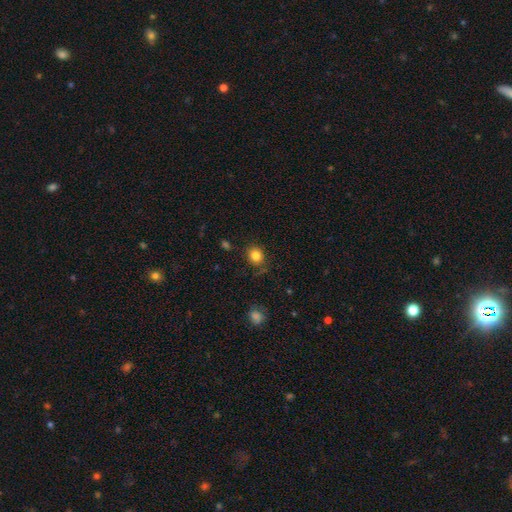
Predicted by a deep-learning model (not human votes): Morphology: type=smooth (83%); roundness=round (73%); merging=none (80%).